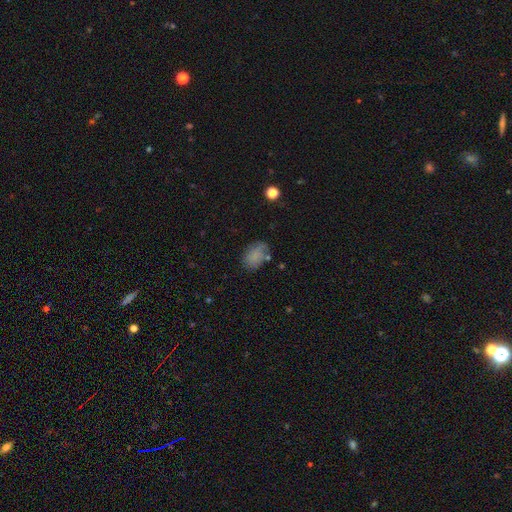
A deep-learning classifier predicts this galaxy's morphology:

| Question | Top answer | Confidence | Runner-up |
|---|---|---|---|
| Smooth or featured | smooth | 79% | star or artifact (11%) |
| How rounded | in between | 82% | round (16%) |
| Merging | none | 64% | minor disturbance (23%) |